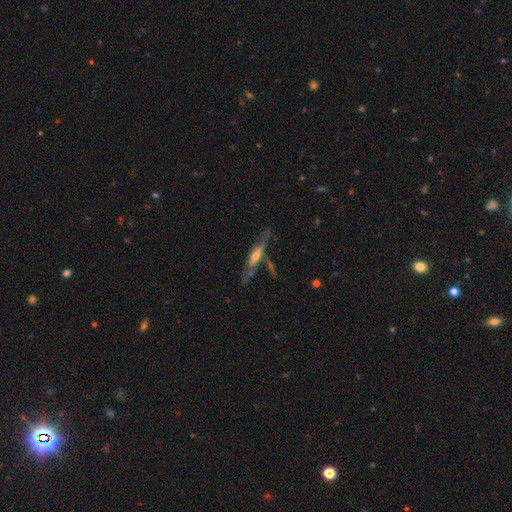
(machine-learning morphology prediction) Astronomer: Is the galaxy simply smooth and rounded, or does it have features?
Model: featured or disk — 64%.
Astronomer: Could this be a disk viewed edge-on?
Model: yes — 69%.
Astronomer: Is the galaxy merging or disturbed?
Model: none — 58%.